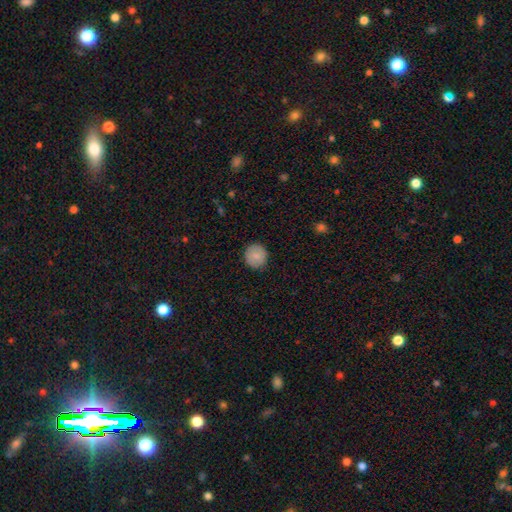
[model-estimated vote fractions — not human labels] A smooth galaxy with no disk features (82%) that is round (87%).

Vote fractions:
- Smooth or featured? smooth: 82% / featured or disk: 11% / star or artifact: 7%
- How rounded? round: 87% / in between: 12% / cigar-shaped: 1%
- Merging? none: 88% / minor disturbance: 9% / major disturbance: 2% / merger: 1%